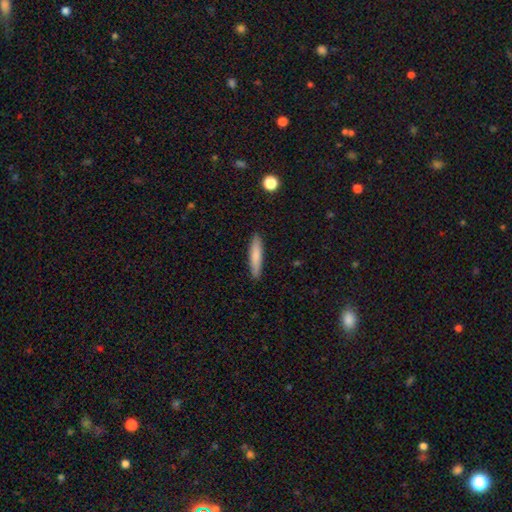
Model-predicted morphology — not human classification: A smooth galaxy with no disk features (79%) that is cigar-shaped (87%).

Vote fractions:
- Smooth or featured? smooth: 79% / featured or disk: 15% / star or artifact: 6%
- How rounded? cigar-shaped: 87% / in between: 11% / round: 1%
- Merging? none: 90% / minor disturbance: 7% / major disturbance: 2% / merger: 1%